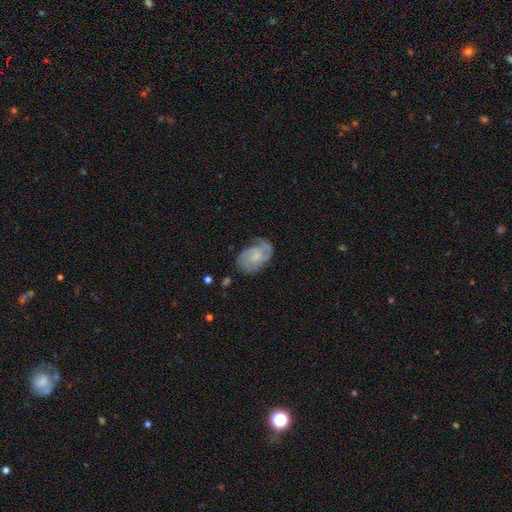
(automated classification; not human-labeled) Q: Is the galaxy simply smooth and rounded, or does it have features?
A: featured or disk — 65%.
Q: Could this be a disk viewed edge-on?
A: no — 97%.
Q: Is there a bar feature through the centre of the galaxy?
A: no — 72%.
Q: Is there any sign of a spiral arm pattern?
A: yes — 89%.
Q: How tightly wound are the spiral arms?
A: tight — 41%.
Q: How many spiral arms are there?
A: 2 — 42%.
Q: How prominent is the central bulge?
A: small — 55%.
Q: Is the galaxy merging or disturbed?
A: none — 58%.